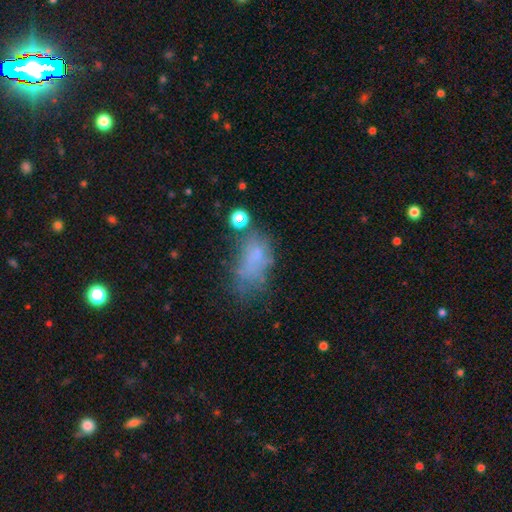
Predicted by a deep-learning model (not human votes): Smooth or featured? smooth (53%)
How rounded? in between (86%)
Merging? major disturbance (34%)